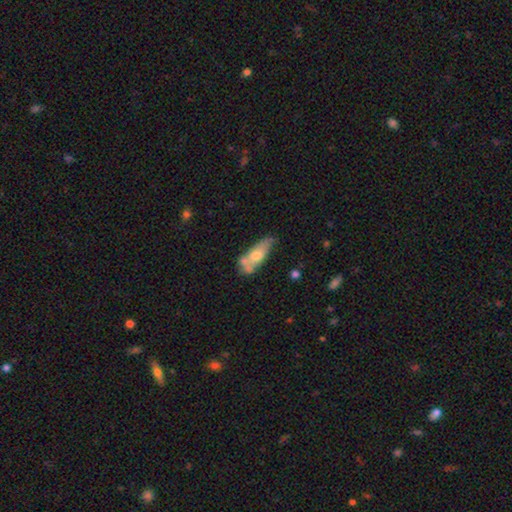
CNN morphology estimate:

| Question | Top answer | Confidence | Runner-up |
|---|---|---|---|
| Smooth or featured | smooth | 54% | featured or disk (39%) |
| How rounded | in between | 63% | cigar-shaped (34%) |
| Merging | none | 39% | merger (25%) |